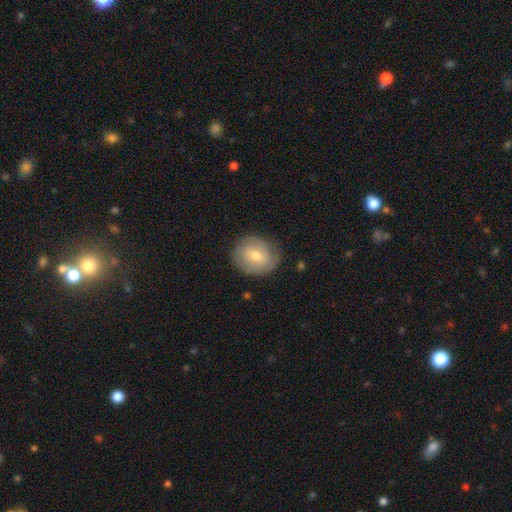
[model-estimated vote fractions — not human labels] smooth-or-featured: smooth: 60% | featured or disk: 32% | star or artifact: 8%
  how-rounded: round: 74% | in between: 25% | cigar-shaped: 1%
  merging: none: 78% | minor disturbance: 17% | major disturbance: 4% | merger: 1%